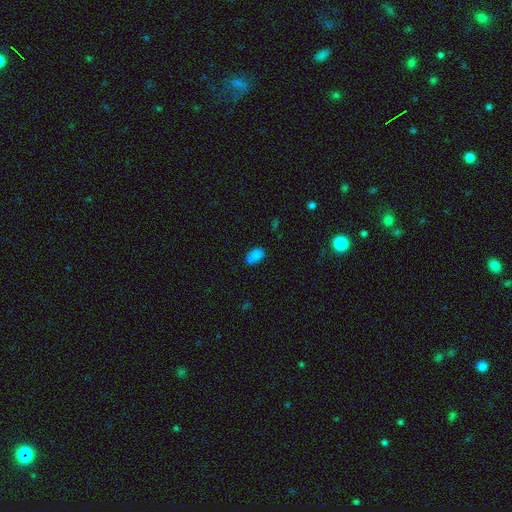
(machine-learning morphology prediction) smooth_or_featured: smooth (p=0.78) [alt: star or artifact p=0.12]
how_rounded: in between (p=0.86) [alt: round p=0.12]
merging: none (p=0.48) [alt: minor disturbance p=0.22]